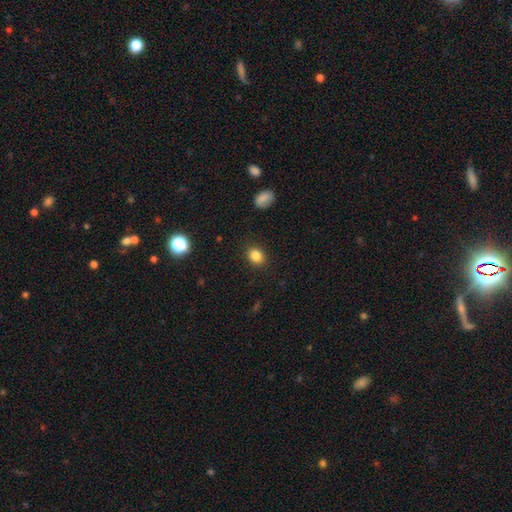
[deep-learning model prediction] Smooth or featured: smooth — 85% (star or artifact — 10%)
How rounded: round — 54% (in between — 45%)
Merging: none — 89% (minor disturbance — 8%)